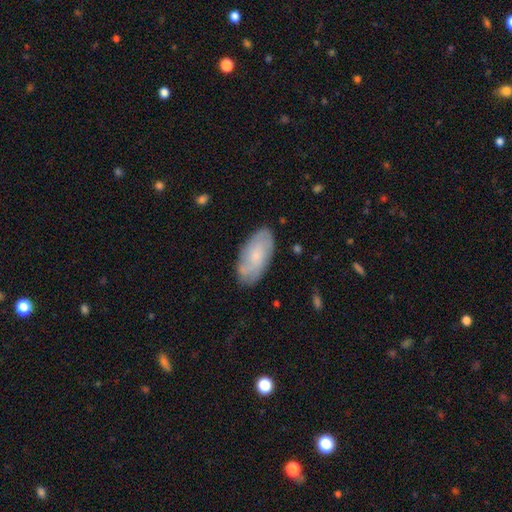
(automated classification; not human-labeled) Q: Smooth or featured?
A: smooth (48%); runner-up: featured or disk (45%)
Q: Merging?
A: none (81%); runner-up: minor disturbance (15%)